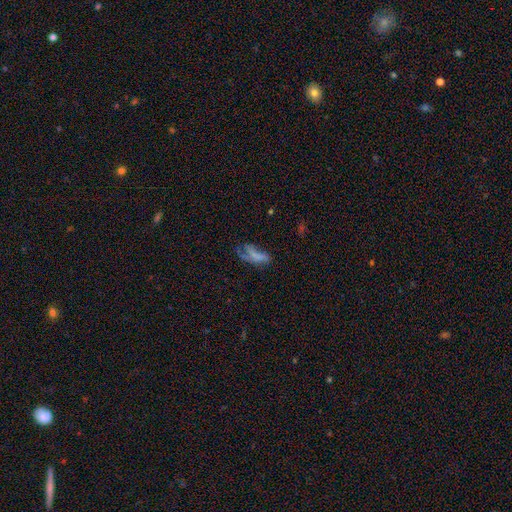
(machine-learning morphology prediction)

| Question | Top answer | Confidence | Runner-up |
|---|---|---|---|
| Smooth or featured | smooth | 55% | featured or disk (31%) |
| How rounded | in between | 68% | cigar-shaped (29%) |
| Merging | major disturbance | 38% | none (31%) |